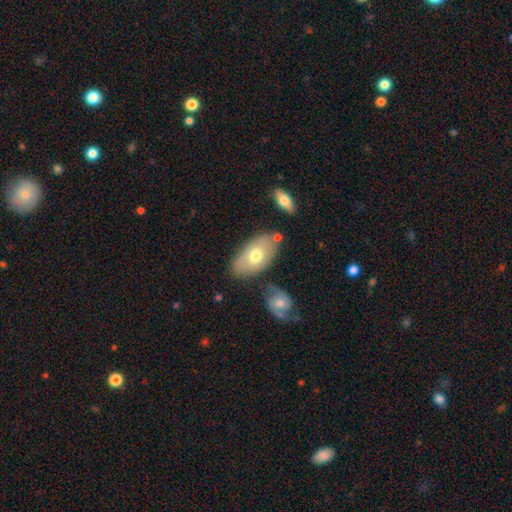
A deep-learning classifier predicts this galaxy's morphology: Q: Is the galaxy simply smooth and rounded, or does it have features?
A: smooth — 63%.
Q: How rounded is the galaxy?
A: in between — 93%.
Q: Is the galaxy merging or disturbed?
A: none — 68%.